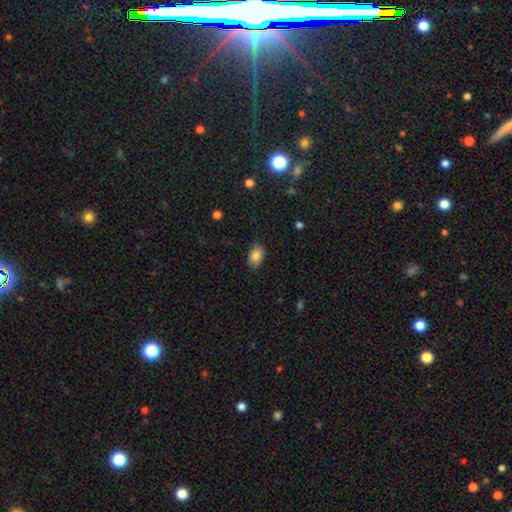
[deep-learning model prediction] smooth_or_featured: smooth (p=0.85) [alt: star or artifact p=0.08]
how_rounded: in between (p=0.86) [alt: round p=0.13]
merging: none (p=0.84) [alt: minor disturbance p=0.13]